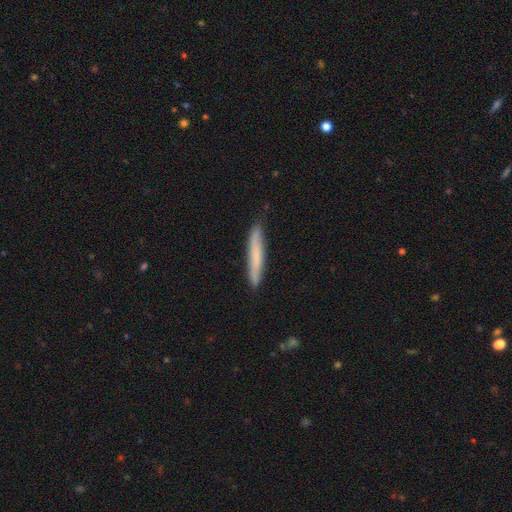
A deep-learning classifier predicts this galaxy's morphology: This appears to be a smooth galaxy with no disk features (67%) that is cigar-shaped (95%). Merging: none (85%).